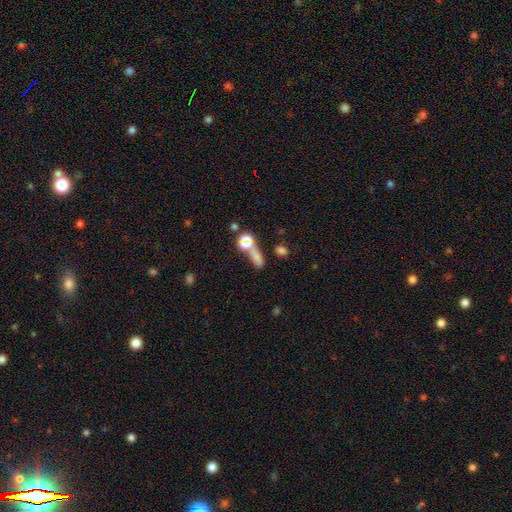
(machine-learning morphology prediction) This appears to be a smooth galaxy with no disk features (66%) that is in between round and cigar-shaped (41%). Merging: none (41%).